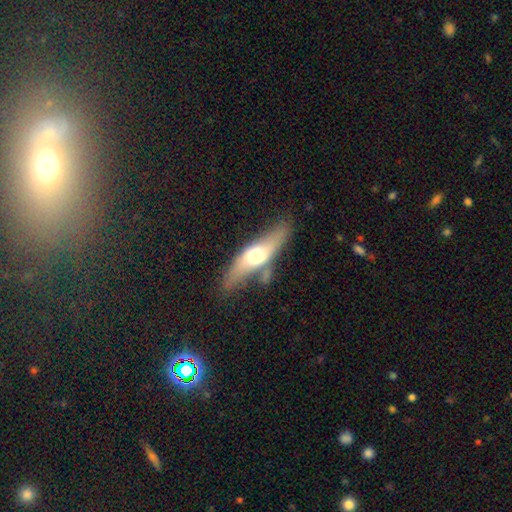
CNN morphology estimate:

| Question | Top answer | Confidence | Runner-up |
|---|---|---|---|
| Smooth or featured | featured or disk | 50% | smooth (44%) |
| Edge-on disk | yes | 71% | no (29%) |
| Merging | none | 68% | minor disturbance (19%) |